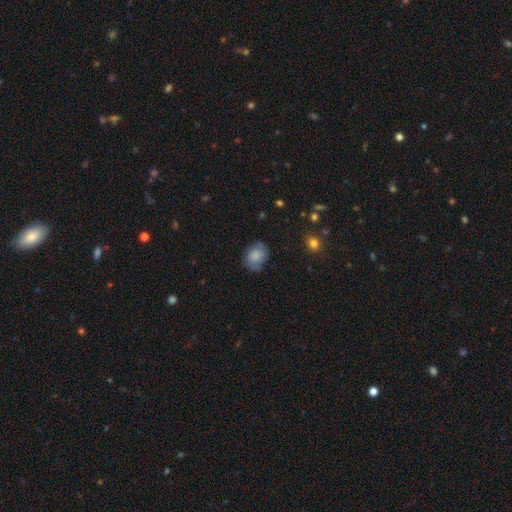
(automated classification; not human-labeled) Smooth or featured: smooth — 72% (featured or disk — 19%)
How rounded: in between — 53% (round — 46%)
Merging: none — 67% (minor disturbance — 24%)